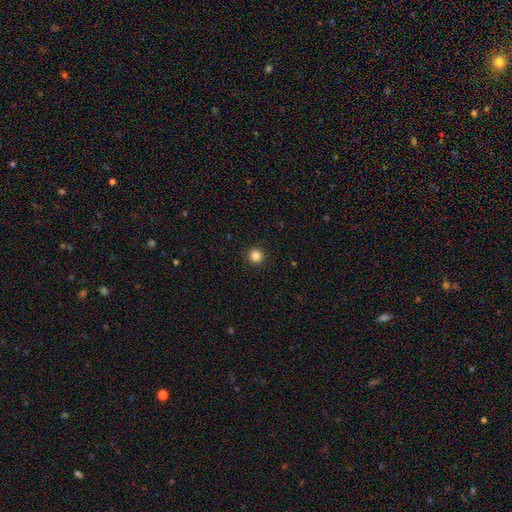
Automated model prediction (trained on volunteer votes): Smooth or featured: smooth — 84% (star or artifact — 12%)
How rounded: round — 94% (in between — 5%)
Merging: none — 92% (minor disturbance — 5%)